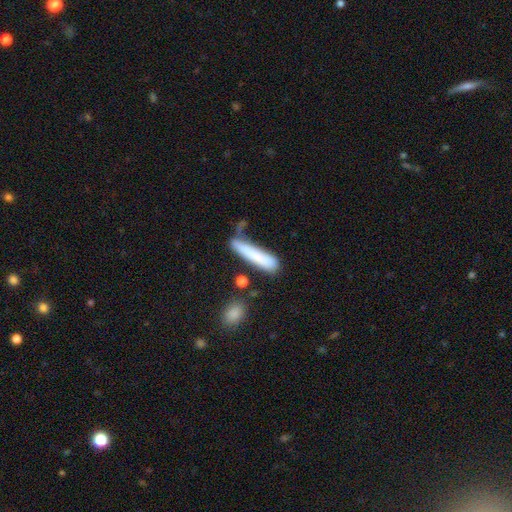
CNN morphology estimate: Smooth or featured? Predicted: smooth (p=0.75). How rounded? Predicted: cigar-shaped (p=0.88). Merging? Predicted: none (p=0.56).